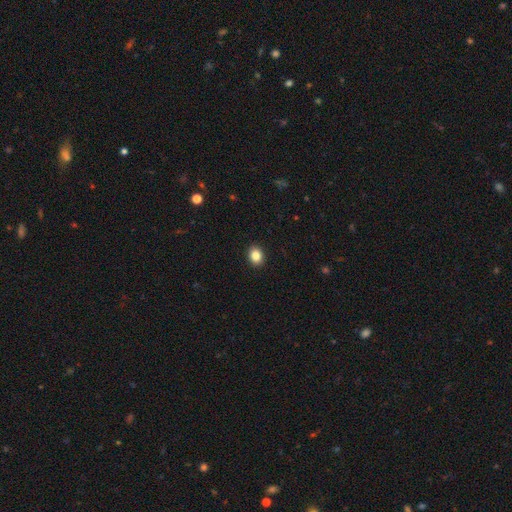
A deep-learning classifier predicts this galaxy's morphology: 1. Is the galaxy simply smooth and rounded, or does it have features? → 86% smooth, 9% star or artifact, 4% featured or disk.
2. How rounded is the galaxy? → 54% in between, 45% round, 1% cigar-shaped.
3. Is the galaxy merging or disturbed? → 91% none, 6% minor disturbance, 2% major disturbance, 1% merger.